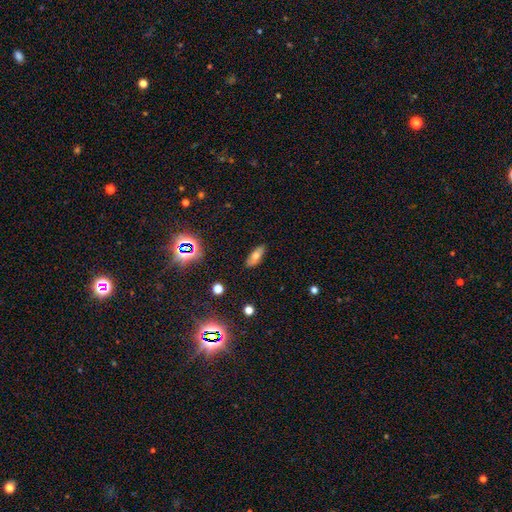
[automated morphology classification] type=smooth (65%); roundness=in between (79%); merging=none (85%).